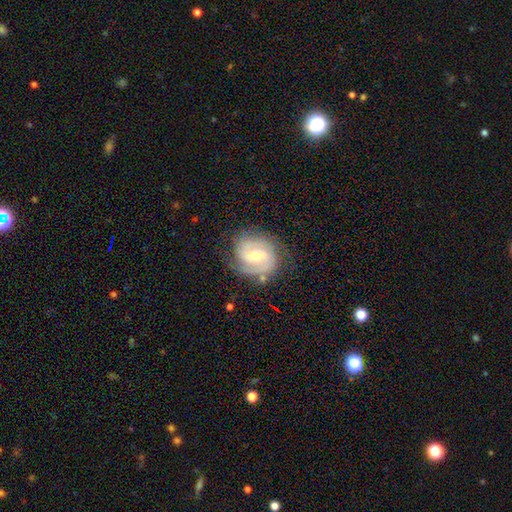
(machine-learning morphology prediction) Overall: featured or disk (85%). Edge-on disk: no (98%). Bar: weak (54%; no 26%). Spiral arms: yes (96%). Spiral arm count: 2 (75%). Spiral winding: tight (46%; medium 44%). Bulge size: moderate (62%; small 33%). Merging: none (76%).